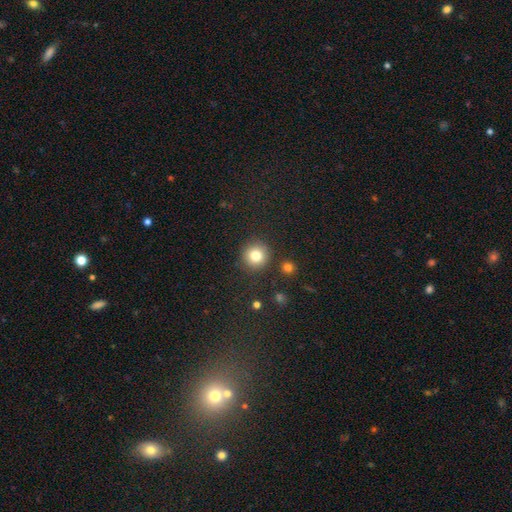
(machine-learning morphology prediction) This is clearly a smooth galaxy (81%). How rounded: clearly round (93%). Merging: clearly none (88%).